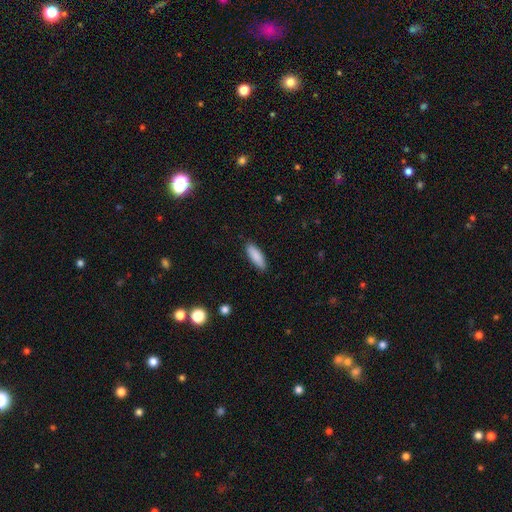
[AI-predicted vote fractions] The model was most divided on "how rounded": in between: 52%, cigar-shaped: 47%, round: 2%. More confident: smooth or featured — smooth (88%); merging — none (88%).